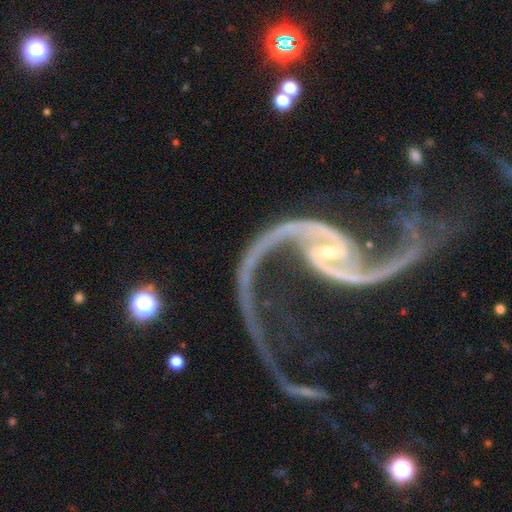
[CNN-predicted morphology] type=featured or disk (93%); edge-on=no (97%); bar=weak (39%); spiral arms=yes (98%); winding=loose (77%); arm count=2 (94%); bulge=small (77%); merging=none (48%).